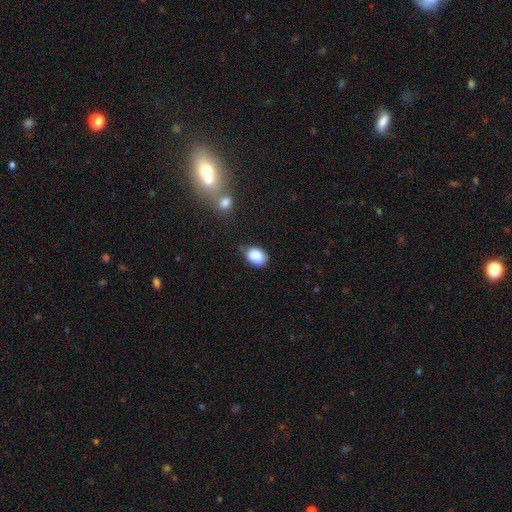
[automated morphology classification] smooth 88%, star or artifact 8%, featured or disk 4%. Down the decision tree: how rounded — in between (77%); merging — none (69%).